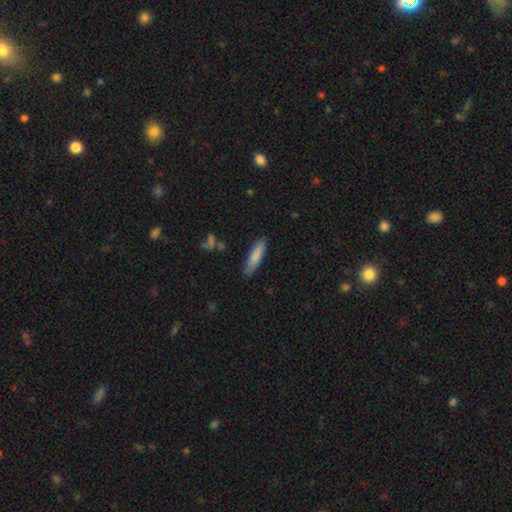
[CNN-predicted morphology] Smooth or featured?
  - smooth: 80% *
  - featured or disk: 14%
  - star or artifact: 6%
How rounded?
  - cigar-shaped: 73% *
  - in between: 25%
  - round: 1%
Merging?
  - none: 83% *
  - minor disturbance: 13%
  - major disturbance: 2%
  - merger: 2%